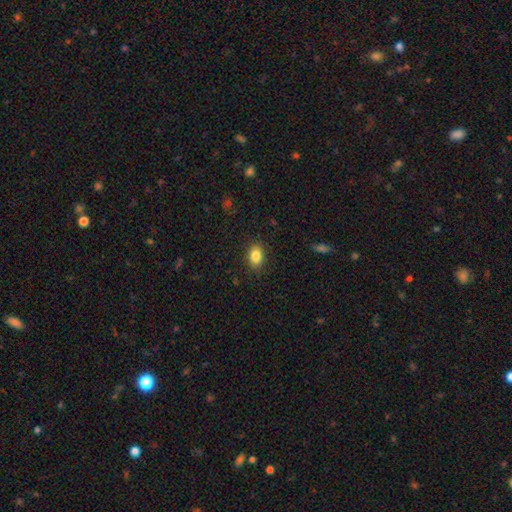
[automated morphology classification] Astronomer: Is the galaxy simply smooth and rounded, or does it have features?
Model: smooth — 85%.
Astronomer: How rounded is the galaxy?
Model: in between — 78%.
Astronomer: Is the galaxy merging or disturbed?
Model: none — 86%.